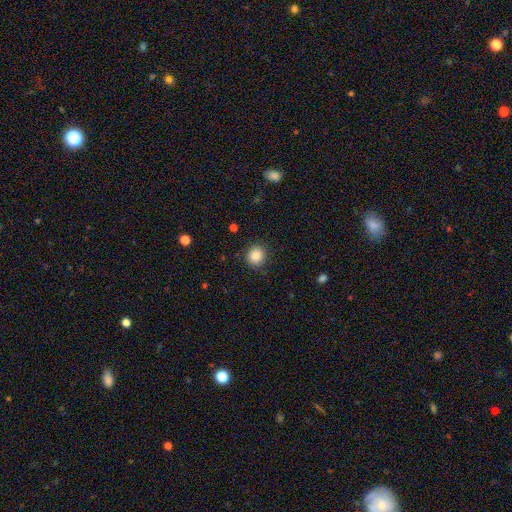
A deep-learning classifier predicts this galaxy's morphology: Smooth or featured? Predicted: smooth (p=0.86). How rounded? Predicted: round (p=0.89). Merging? Predicted: none (p=0.89).